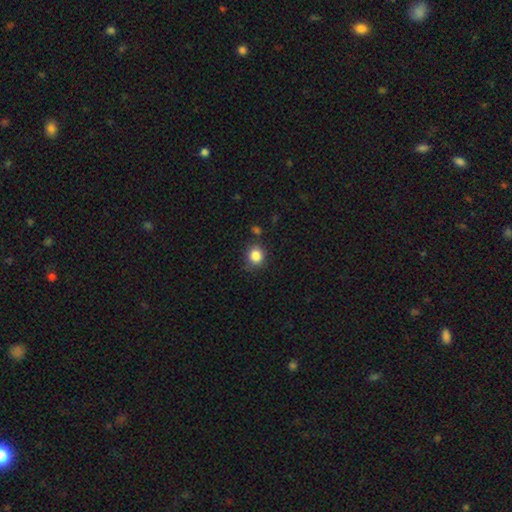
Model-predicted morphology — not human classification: A smooth galaxy with no disk features (85%) that is round (82%). Merging: none (78%).